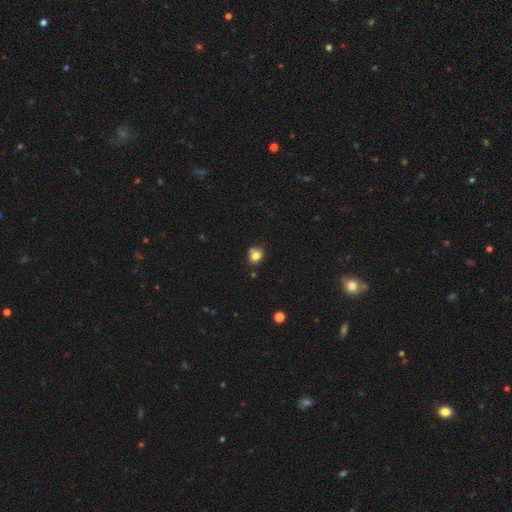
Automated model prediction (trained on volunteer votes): Smooth or featured? smooth (79%)
How rounded? round (70%)
Merging? none (67%)